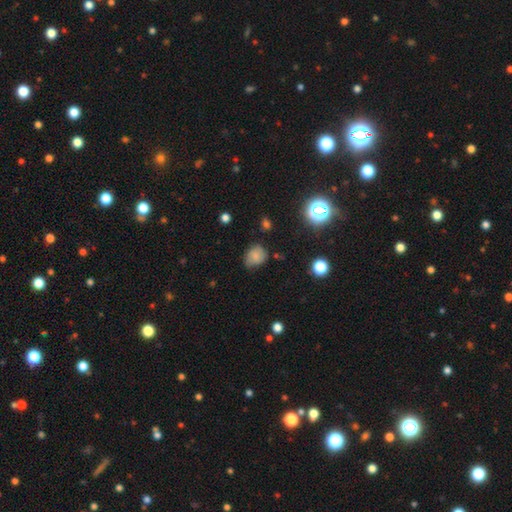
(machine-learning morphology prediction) A smooth galaxy with no disk features (72%) that is round (57%). Merging: none (54%).